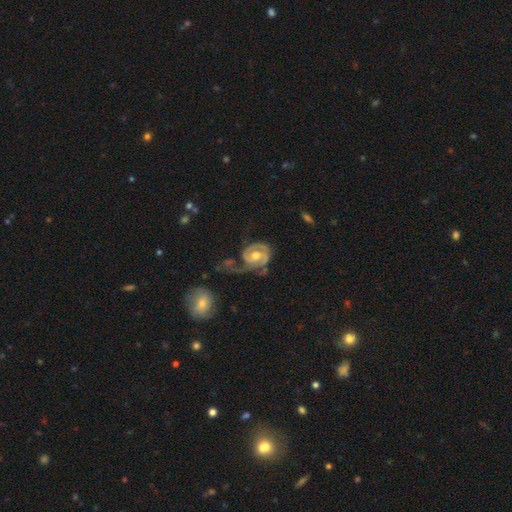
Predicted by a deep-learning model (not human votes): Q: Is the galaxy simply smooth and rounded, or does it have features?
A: featured or disk — 85%.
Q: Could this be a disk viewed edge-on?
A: no — 98%.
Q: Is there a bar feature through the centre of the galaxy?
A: no — 57%.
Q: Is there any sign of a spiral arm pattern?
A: yes — 93%.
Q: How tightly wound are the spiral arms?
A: tight — 51%.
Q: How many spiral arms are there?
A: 2 — 63%.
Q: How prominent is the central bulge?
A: moderate — 74%.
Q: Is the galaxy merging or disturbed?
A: none — 37%.